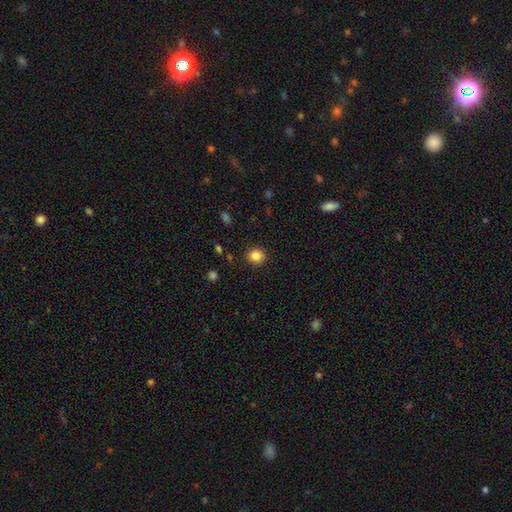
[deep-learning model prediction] This is clearly a smooth galaxy (84%). How rounded: clearly round (86%). Merging: clearly none (90%).